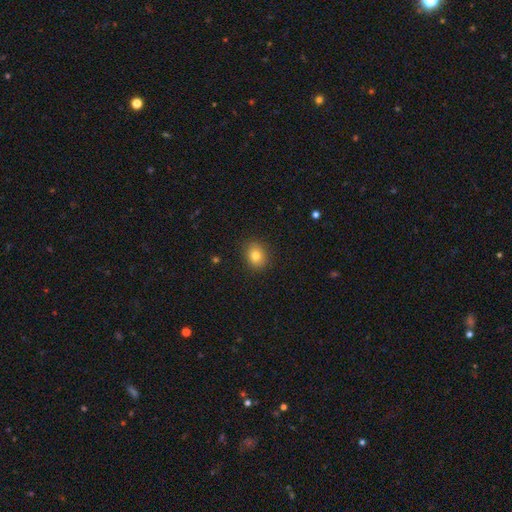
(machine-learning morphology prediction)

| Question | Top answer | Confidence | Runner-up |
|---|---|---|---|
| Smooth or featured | smooth | 79% | star or artifact (11%) |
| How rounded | round | 51% | in between (48%) |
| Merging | none | 88% | minor disturbance (8%) |